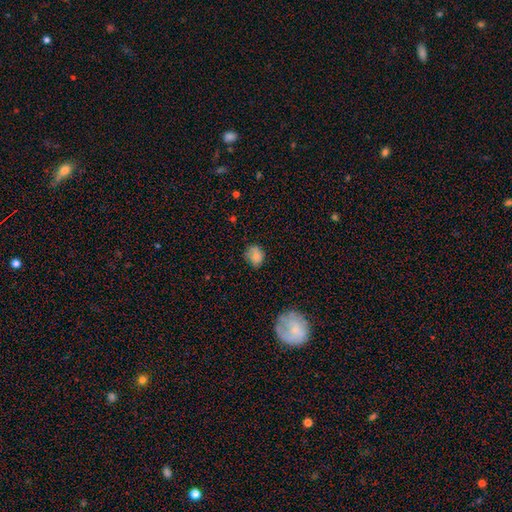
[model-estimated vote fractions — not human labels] smooth_or_featured: smooth (p=0.79) [alt: star or artifact p=0.11]
how_rounded: in between (p=0.51) [alt: round p=0.48]
merging: none (p=0.62) [alt: minor disturbance p=0.28]